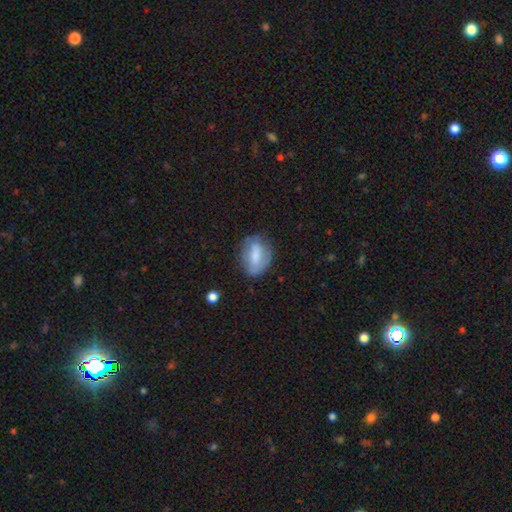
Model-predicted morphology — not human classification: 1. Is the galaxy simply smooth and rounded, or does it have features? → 66% smooth, 27% featured or disk, 7% star or artifact.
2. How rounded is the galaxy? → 80% in between, 16% round, 4% cigar-shaped.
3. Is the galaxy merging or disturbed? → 67% none, 23% minor disturbance, 8% major disturbance, 2% merger.